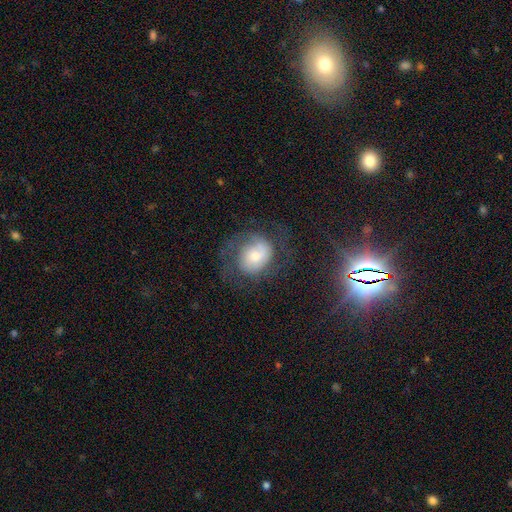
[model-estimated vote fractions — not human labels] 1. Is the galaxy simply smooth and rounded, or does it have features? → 56% featured or disk, 35% smooth, 9% star or artifact.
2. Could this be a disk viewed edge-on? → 97% no, 3% yes.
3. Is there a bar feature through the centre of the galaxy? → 67% no, 28% weak, 5% strong.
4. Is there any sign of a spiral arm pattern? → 82% yes, 18% no.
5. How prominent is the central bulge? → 48% moderate, 30% small, 16% large, 3% none, 3% dominant.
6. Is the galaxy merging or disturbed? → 55% none, 23% major disturbance, 20% minor disturbance, 2% merger.